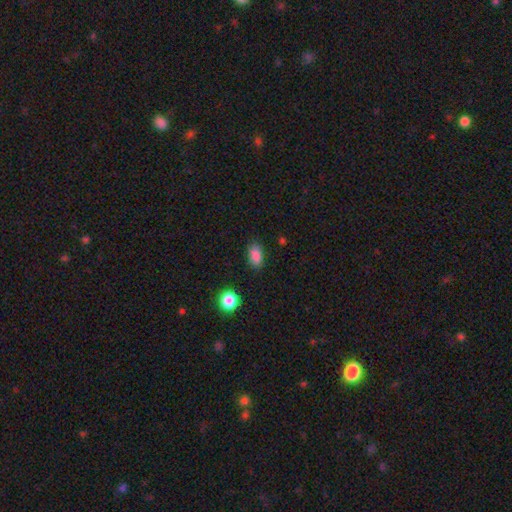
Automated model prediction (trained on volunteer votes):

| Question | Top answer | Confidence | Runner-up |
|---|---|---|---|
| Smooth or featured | smooth | 86% | star or artifact (10%) |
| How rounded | in between | 88% | round (9%) |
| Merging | none | 81% | minor disturbance (14%) |